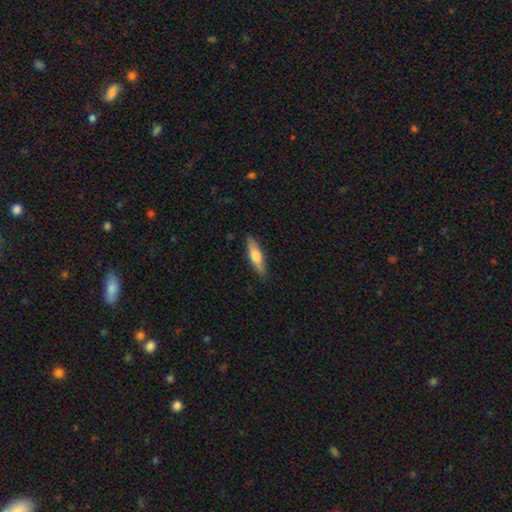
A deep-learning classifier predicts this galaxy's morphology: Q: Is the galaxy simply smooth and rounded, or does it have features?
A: smooth — 56%.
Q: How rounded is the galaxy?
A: cigar-shaped — 67%.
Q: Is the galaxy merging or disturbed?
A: none — 87%.